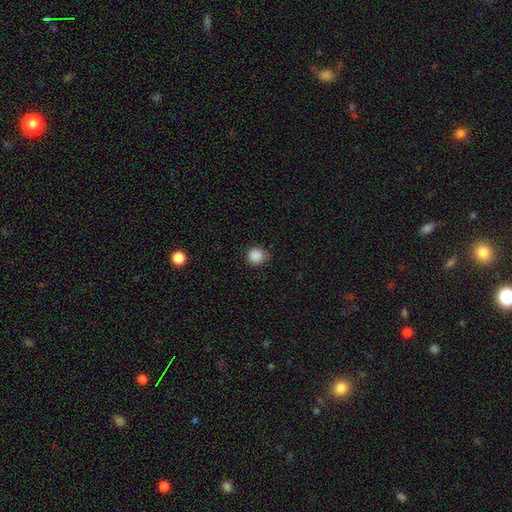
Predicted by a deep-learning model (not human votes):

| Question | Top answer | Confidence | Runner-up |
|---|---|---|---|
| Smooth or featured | smooth | 88% | star or artifact (10%) |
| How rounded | round | 92% | in between (7%) |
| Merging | none | 83% | minor disturbance (13%) |